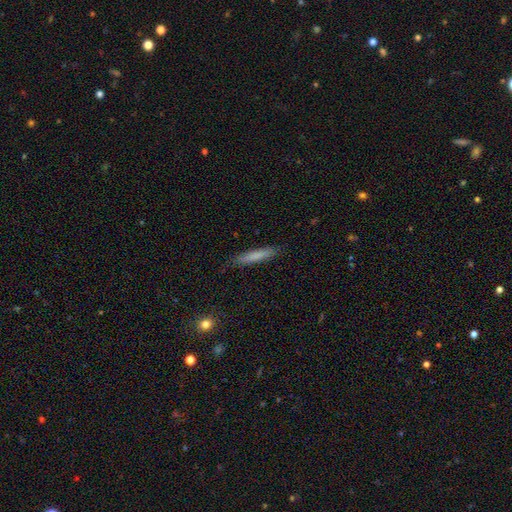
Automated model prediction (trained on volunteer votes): Smooth or featured: smooth — 77% (featured or disk — 17%)
How rounded: cigar-shaped — 92% (in between — 7%)
Merging: none — 87% (minor disturbance — 10%)